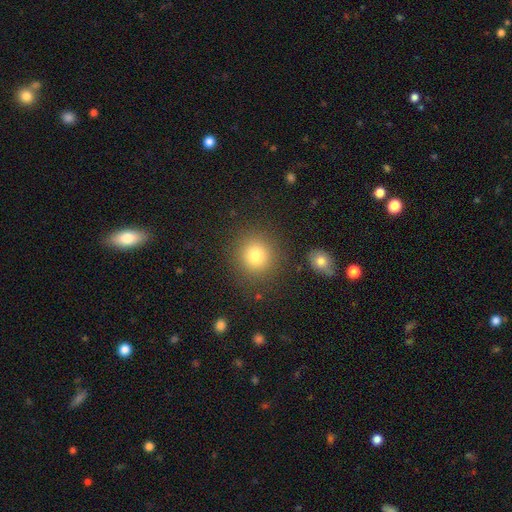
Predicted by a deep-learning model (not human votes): Q: Smooth or featured?
A: smooth (79%); runner-up: star or artifact (13%)
Q: How rounded?
A: round (90%); runner-up: in between (9%)
Q: Merging?
A: none (85%); runner-up: minor disturbance (8%)